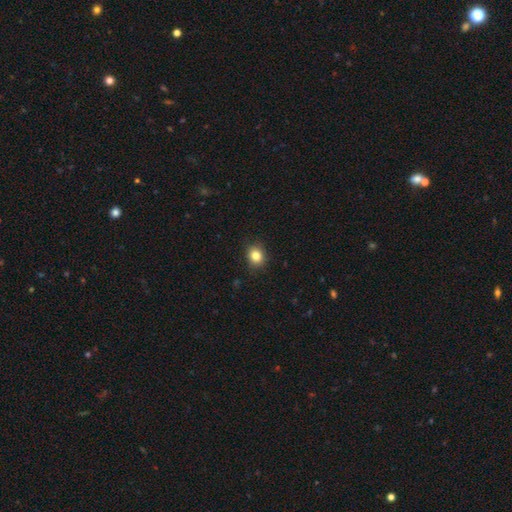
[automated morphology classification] A smooth galaxy with no disk features (83%) that is round (64%).

Vote fractions:
- Smooth or featured? smooth: 83% / star or artifact: 11% / featured or disk: 6%
- How rounded? round: 64% / in between: 35% / cigar-shaped: 1%
- Merging? none: 88% / minor disturbance: 9% / major disturbance: 2% / merger: 1%